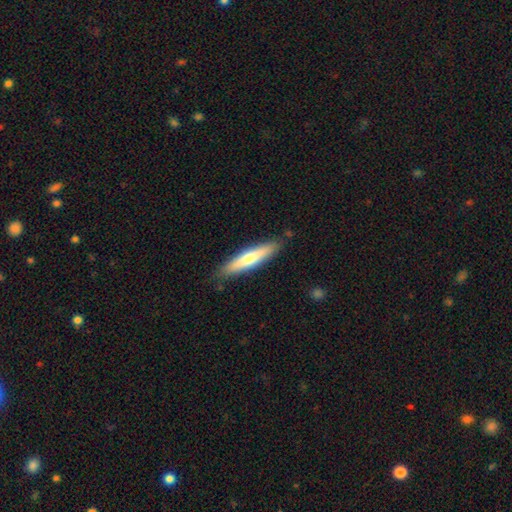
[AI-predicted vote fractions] The model was most divided on "smooth or featured": smooth: 56%, featured or disk: 38%, star or artifact: 6%. More confident: merging — none (88%); how rounded — cigar-shaped (85%).